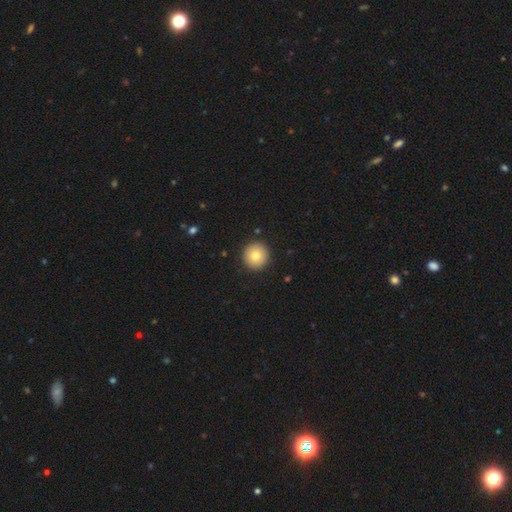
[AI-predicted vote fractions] smooth_or_featured: smooth (p=0.82) [alt: featured or disk p=0.10]
how_rounded: round (p=0.94) [alt: in between p=0.05]
merging: none (p=0.92) [alt: minor disturbance p=0.05]